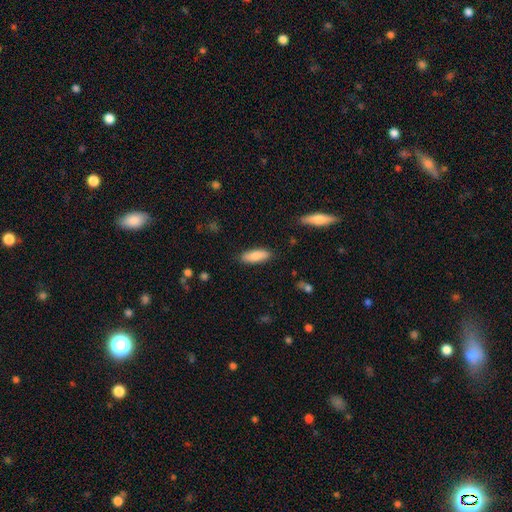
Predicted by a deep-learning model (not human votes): smooth_or_featured: smooth (p=0.84) [alt: featured or disk p=0.10]
how_rounded: in between (p=0.64) [alt: cigar-shaped p=0.34]
merging: none (p=0.86) [alt: minor disturbance p=0.10]